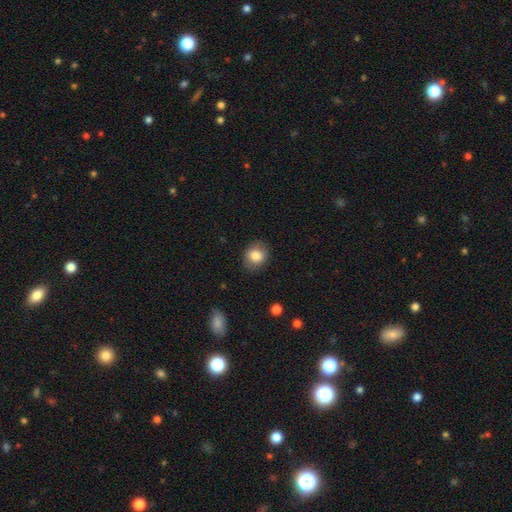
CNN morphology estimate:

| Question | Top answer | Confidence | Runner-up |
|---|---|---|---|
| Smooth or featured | smooth | 81% | featured or disk (10%) |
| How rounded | round | 66% | in between (33%) |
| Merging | none | 83% | minor disturbance (12%) |